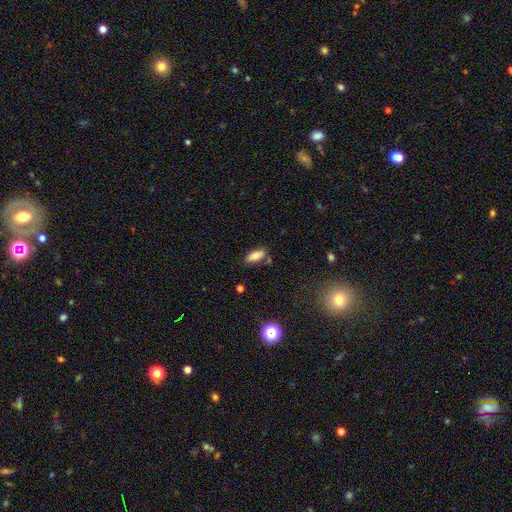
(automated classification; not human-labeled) Smooth or featured: smooth — 81% (featured or disk — 10%)
How rounded: in between — 81% (cigar-shaped — 16%)
Merging: none — 75% (minor disturbance — 15%)